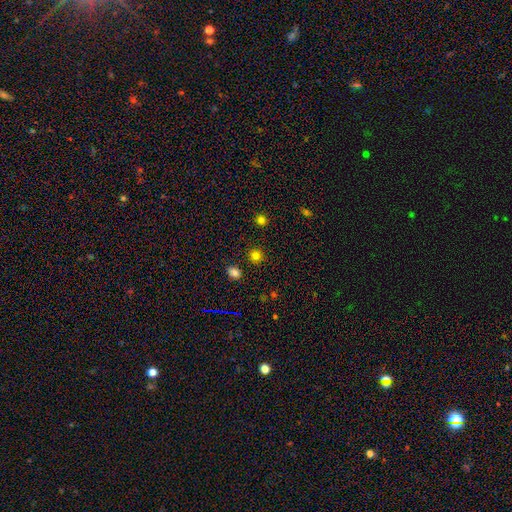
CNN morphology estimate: A smooth galaxy with no disk features (80%) that is round (88%). Merging: none (89%).